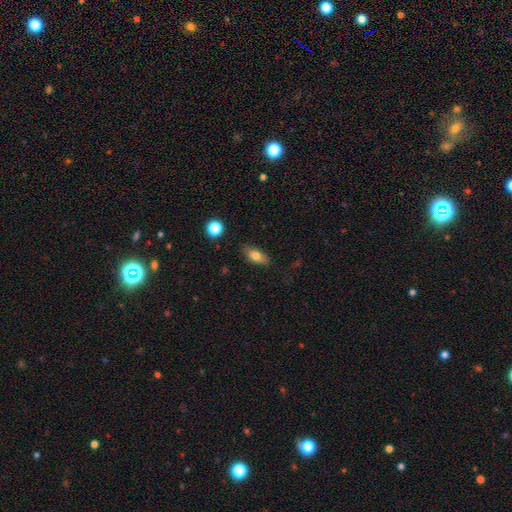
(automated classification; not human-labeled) Smooth or featured? smooth (75%)
How rounded? in between (80%)
Merging? none (81%)